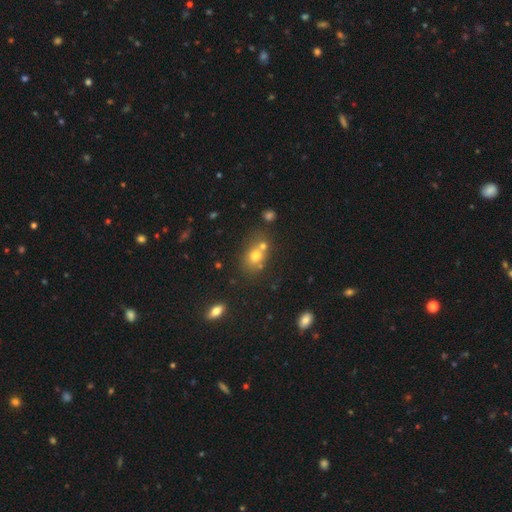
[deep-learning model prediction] A smooth galaxy with no disk features (69%) that is round (55%). Merging: none (47%).